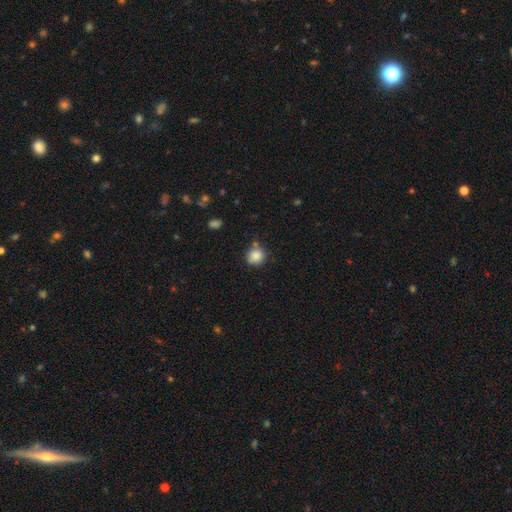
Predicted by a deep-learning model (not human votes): Q: Smooth or featured?
A: smooth (86%); runner-up: star or artifact (10%)
Q: How rounded?
A: round (87%); runner-up: in between (12%)
Q: Merging?
A: none (74%); runner-up: minor disturbance (15%)